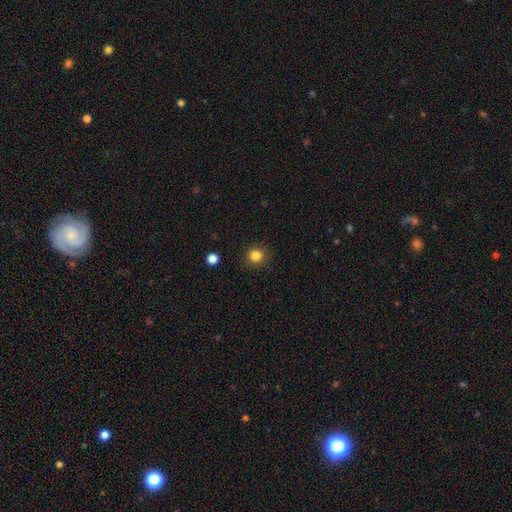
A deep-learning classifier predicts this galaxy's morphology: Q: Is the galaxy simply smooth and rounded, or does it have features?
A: smooth — 84%.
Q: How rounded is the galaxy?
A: round — 90%.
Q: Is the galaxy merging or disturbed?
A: none — 90%.